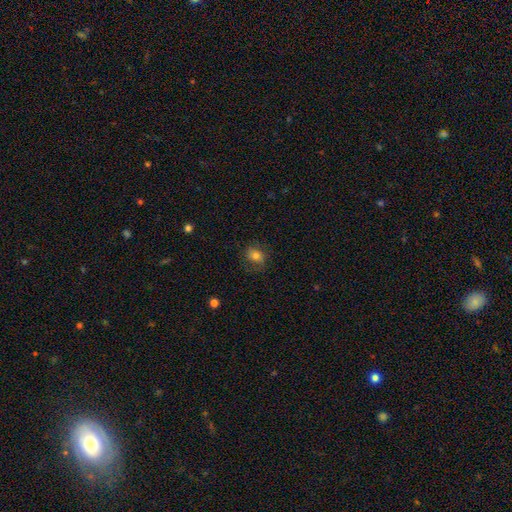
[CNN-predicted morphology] The model was most divided on "how rounded": round: 53%, in between: 46%, cigar-shaped: 1%. More confident: merging — none (72%); smooth or featured — smooth (71%).